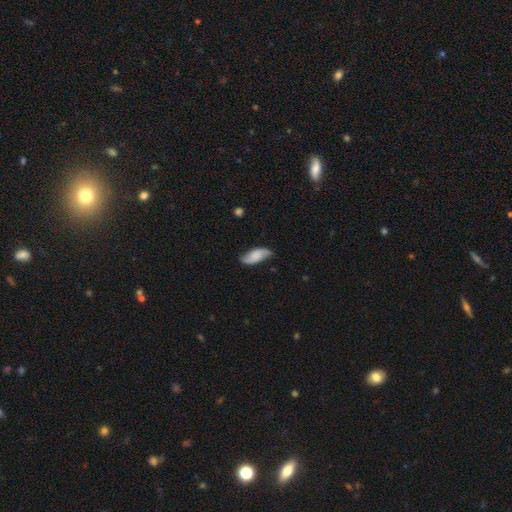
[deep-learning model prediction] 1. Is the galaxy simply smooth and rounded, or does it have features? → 49% smooth, 44% featured or disk, 7% star or artifact.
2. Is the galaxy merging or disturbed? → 75% none, 19% minor disturbance, 4% major disturbance, 2% merger.